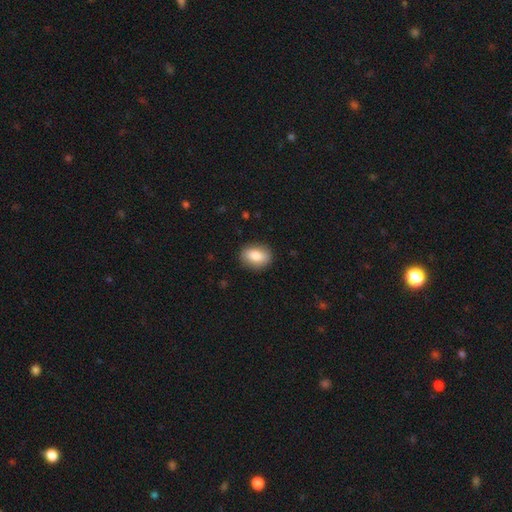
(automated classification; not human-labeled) Smooth or featured? smooth (83%)
How rounded? in between (74%)
Merging? none (86%)